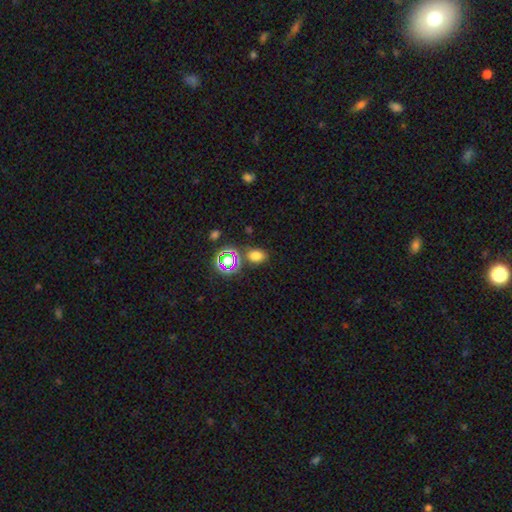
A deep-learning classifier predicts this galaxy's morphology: This is likely a smooth galaxy (68%). How rounded: likely in between (73%). Merging: likely none (75%).